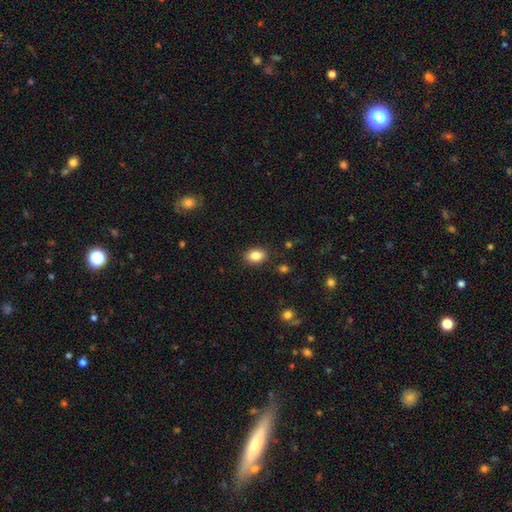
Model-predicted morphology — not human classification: Overall: smooth (84%). How rounded: in between (80%). Merging: none (87%).